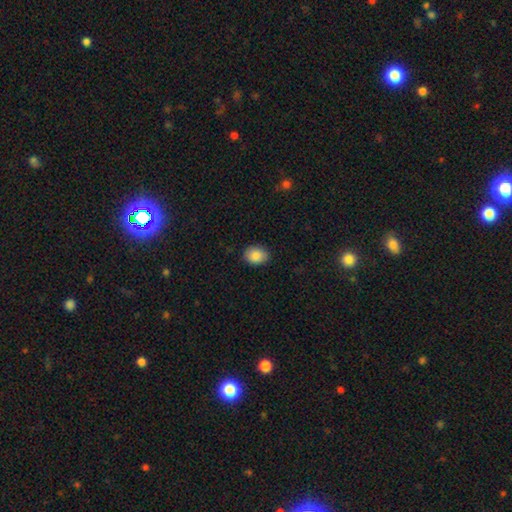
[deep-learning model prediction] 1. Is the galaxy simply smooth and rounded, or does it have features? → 88% smooth, 7% star or artifact, 4% featured or disk.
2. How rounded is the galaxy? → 66% in between, 34% round, 1% cigar-shaped.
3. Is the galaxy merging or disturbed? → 84% none, 12% minor disturbance, 2% major disturbance, 1% merger.